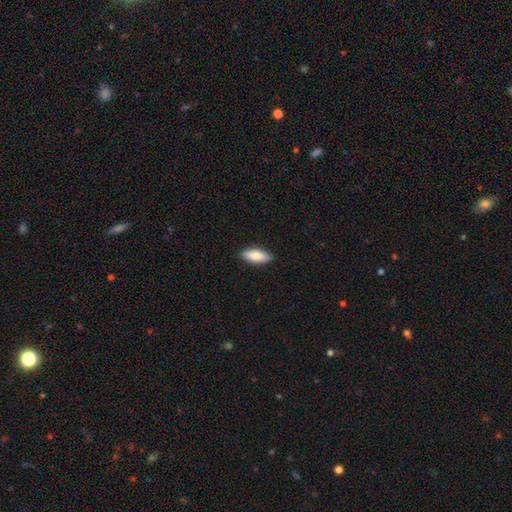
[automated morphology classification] This is clearly a smooth galaxy (82%). How rounded: likely in between (76%). Merging: clearly none (89%).